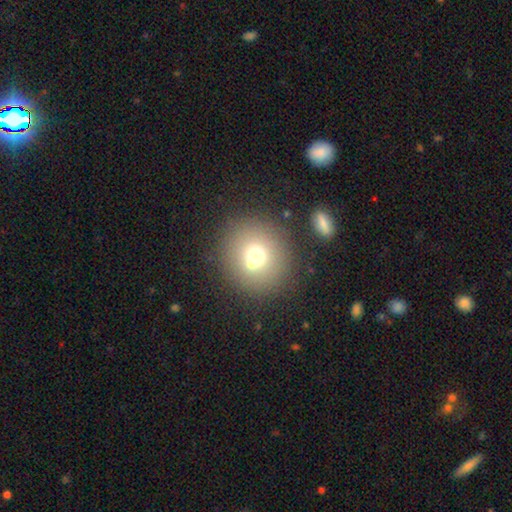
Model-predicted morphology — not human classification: This appears to be a smooth galaxy with no disk features (70%) that is round (92%). Merging: none (72%).